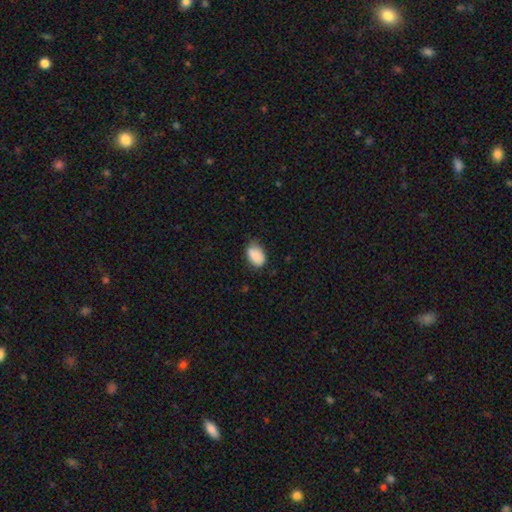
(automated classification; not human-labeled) Overall: smooth (87%). How rounded: in between (87%). Merging: none (63%; minor disturbance 30%).